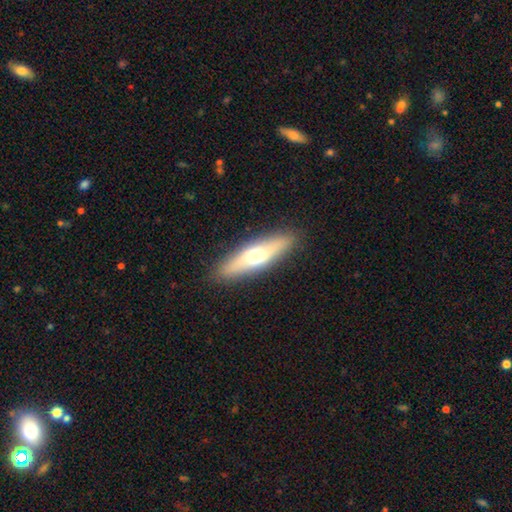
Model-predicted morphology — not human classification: A smooth galaxy with no disk features (50%) that is cigar-shaped (69%).

Vote fractions:
- Smooth or featured? smooth: 50% / featured or disk: 44% / star or artifact: 6%
- How rounded? cigar-shaped: 69% / in between: 29% / round: 2%
- Merging? none: 89% / minor disturbance: 8% / major disturbance: 2% / merger: 1%